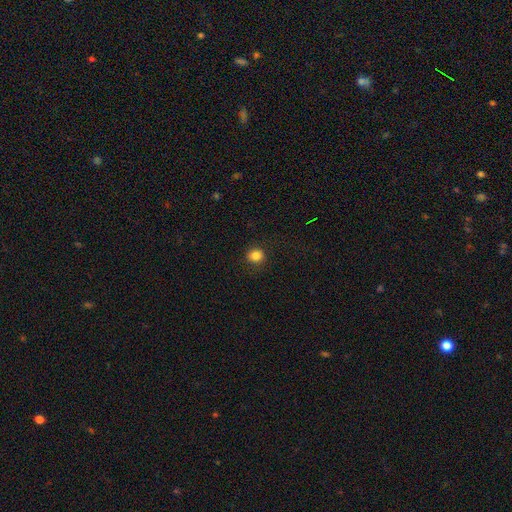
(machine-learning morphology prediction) Smooth or featured? Predicted: smooth (p=0.84). How rounded? Predicted: round (p=0.87). Merging? Predicted: none (p=0.89).